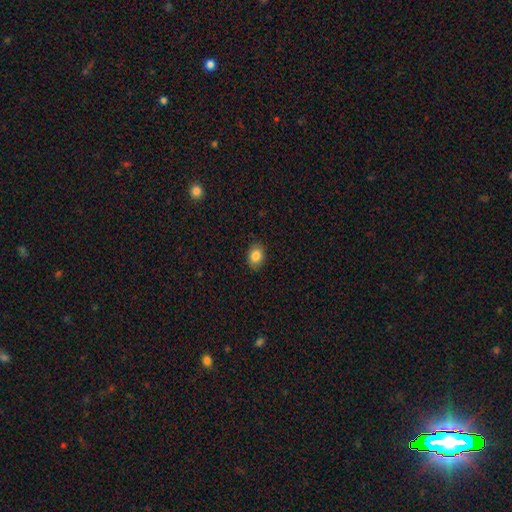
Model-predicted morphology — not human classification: Smooth or featured: smooth — 85% (star or artifact — 9%)
How rounded: in between — 64% (round — 35%)
Merging: none — 88% (minor disturbance — 9%)